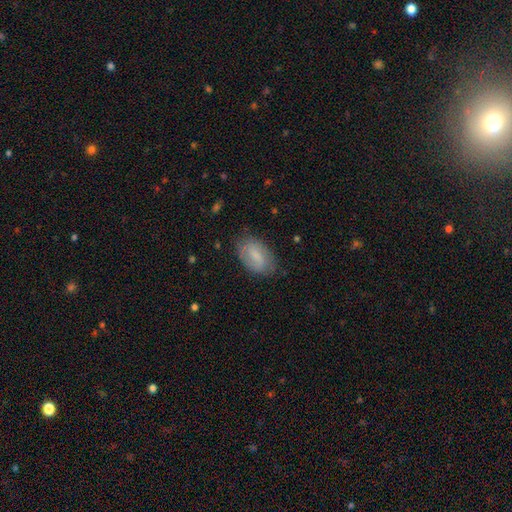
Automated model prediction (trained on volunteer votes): Smooth or featured?
  - smooth: 65% *
  - featured or disk: 28%
  - star or artifact: 7%
How rounded?
  - in between: 91% *
  - round: 6%
  - cigar-shaped: 3%
Merging?
  - none: 74% *
  - minor disturbance: 20%
  - major disturbance: 5%
  - merger: 1%